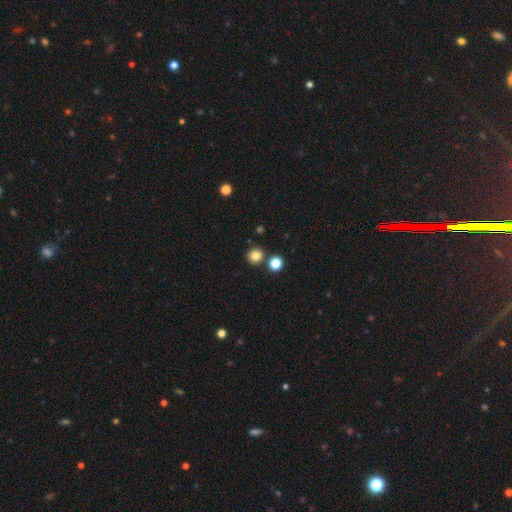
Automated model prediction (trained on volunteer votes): This appears to be a smooth galaxy with no disk features (82%) that is round (91%). Merging: none (84%).